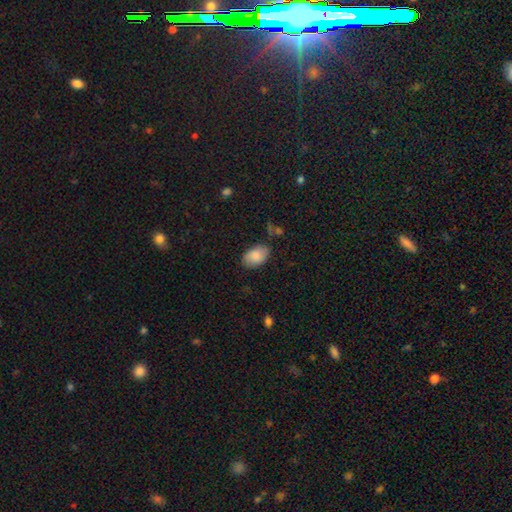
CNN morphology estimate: Smooth or featured?
  - smooth: 85% *
  - featured or disk: 8%
  - star or artifact: 7%
How rounded?
  - in between: 91% *
  - round: 7%
  - cigar-shaped: 1%
Merging?
  - none: 81% *
  - minor disturbance: 14%
  - major disturbance: 3%
  - merger: 2%